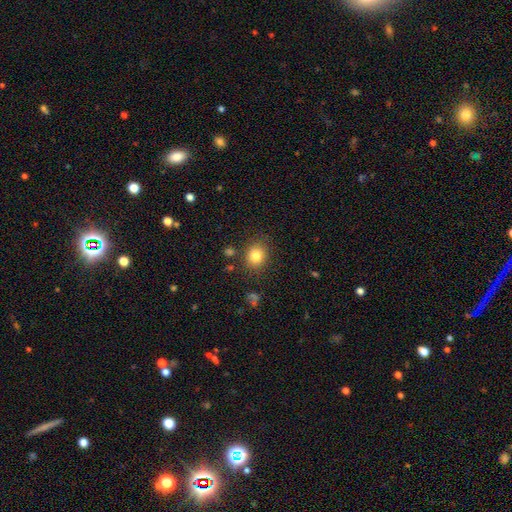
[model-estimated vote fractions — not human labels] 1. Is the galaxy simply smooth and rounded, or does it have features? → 82% smooth, 11% star or artifact, 7% featured or disk.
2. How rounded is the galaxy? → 71% round, 28% in between, 1% cigar-shaped.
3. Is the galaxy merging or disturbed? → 83% none, 10% minor disturbance, 3% major disturbance, 3% merger.